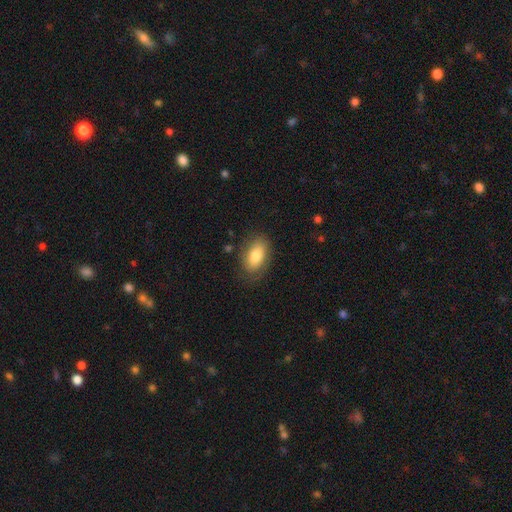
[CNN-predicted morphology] smooth-or-featured: smooth: 77% | featured or disk: 16% | star or artifact: 7%
  how-rounded: in between: 91% | round: 7% | cigar-shaped: 3%
  merging: none: 79% | minor disturbance: 15% | major disturbance: 5% | merger: 2%